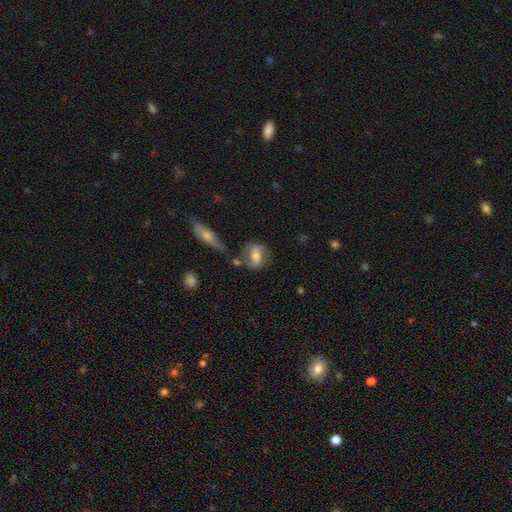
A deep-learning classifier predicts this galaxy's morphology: This is possibly a featured or disk galaxy (52%). It is clearly not viewed edge-on (87%). Merging: possibly none (56%).